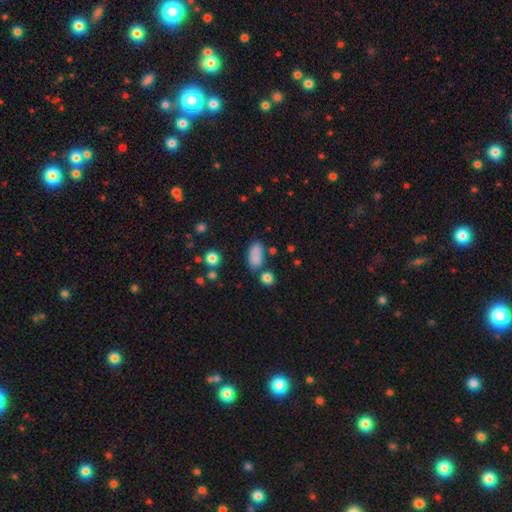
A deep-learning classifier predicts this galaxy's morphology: smooth 84%, star or artifact 10%, featured or disk 6%. Down the decision tree: how rounded — in between (89%); merging — none (67%).